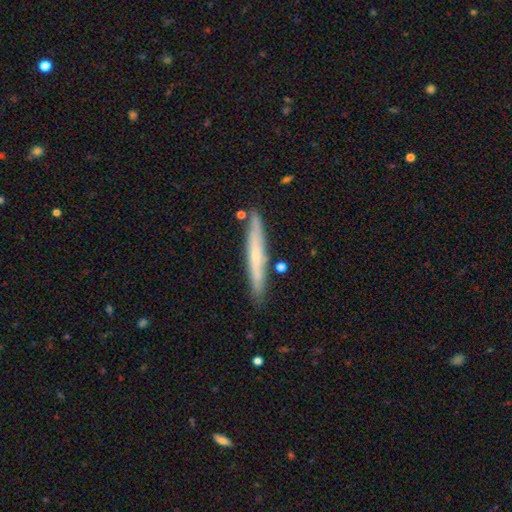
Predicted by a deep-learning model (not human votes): smooth_or_featured: smooth (p=0.52) [alt: featured or disk p=0.42]
how_rounded: cigar-shaped (p=0.96) [alt: in between p=0.03]
merging: none (p=0.86) [alt: minor disturbance p=0.09]